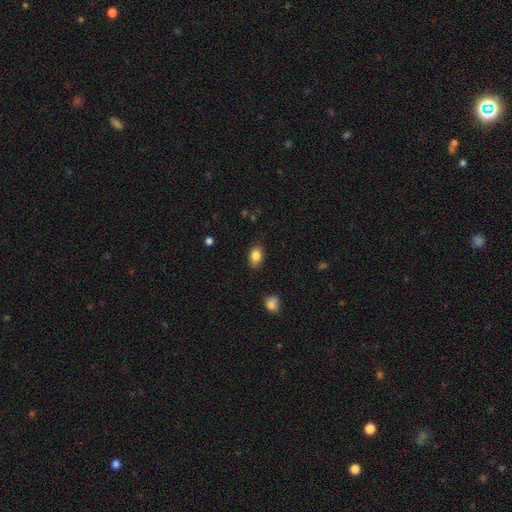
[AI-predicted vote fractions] The model was most divided on "merging": none: 83%, minor disturbance: 13%, major disturbance: 3%, merger: 1%. More confident: how rounded — in between (85%); smooth or featured — smooth (84%).